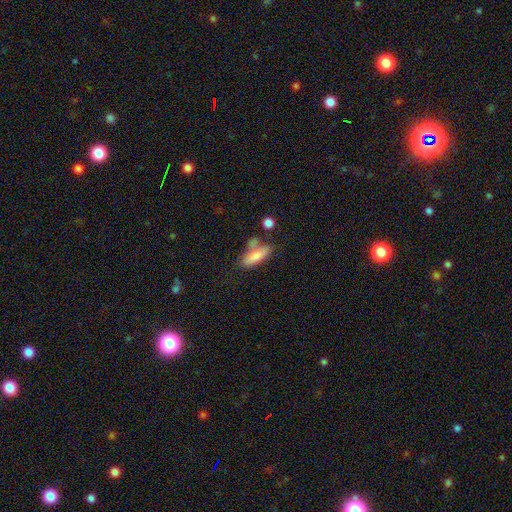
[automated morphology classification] smooth 78%, featured or disk 15%, star or artifact 7%. Down the decision tree: how rounded — in between (64%); merging — none (48%).